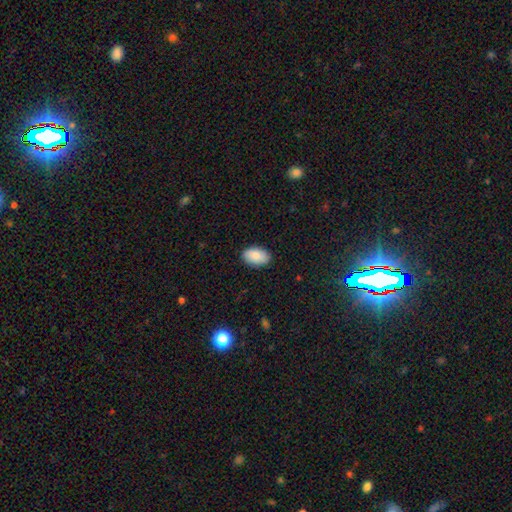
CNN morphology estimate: Smooth or featured: smooth — 88% (featured or disk — 6%)
How rounded: in between — 93% (round — 6%)
Merging: none — 88% (minor disturbance — 9%)